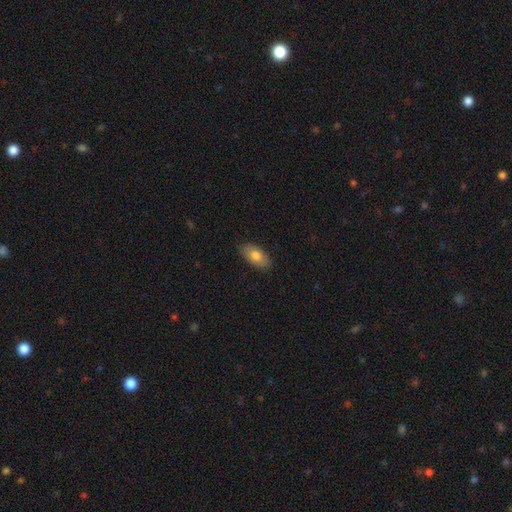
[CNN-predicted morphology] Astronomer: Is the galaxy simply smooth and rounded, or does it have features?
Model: smooth — 77%.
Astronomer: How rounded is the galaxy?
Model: in between — 92%.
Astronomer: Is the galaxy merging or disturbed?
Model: none — 85%.